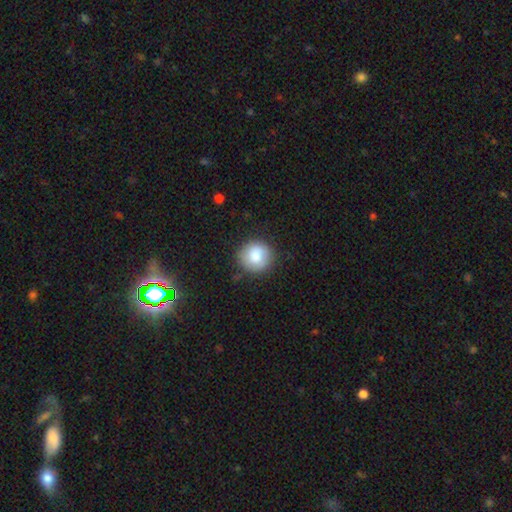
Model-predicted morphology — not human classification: A smooth galaxy with no disk features (84%) that is round (91%).

Vote fractions:
- Smooth or featured? smooth: 84% / featured or disk: 8% / star or artifact: 8%
- How rounded? round: 91% / in between: 8% / cigar-shaped: 1%
- Merging? none: 82% / minor disturbance: 13% / major disturbance: 3% / merger: 2%